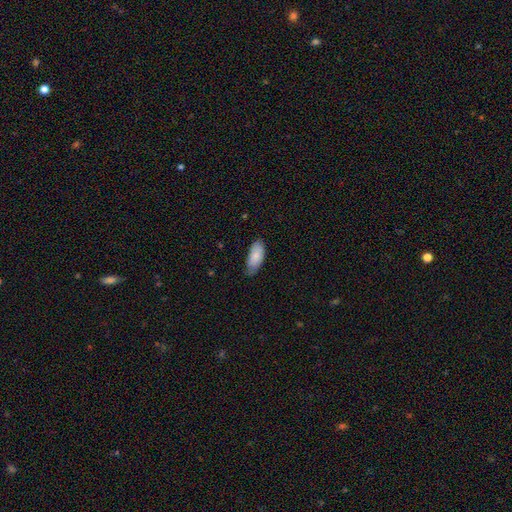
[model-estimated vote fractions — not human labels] Smooth or featured? Predicted: smooth (p=0.82). How rounded? Predicted: in between (p=0.89). Merging? Predicted: none (p=0.62).